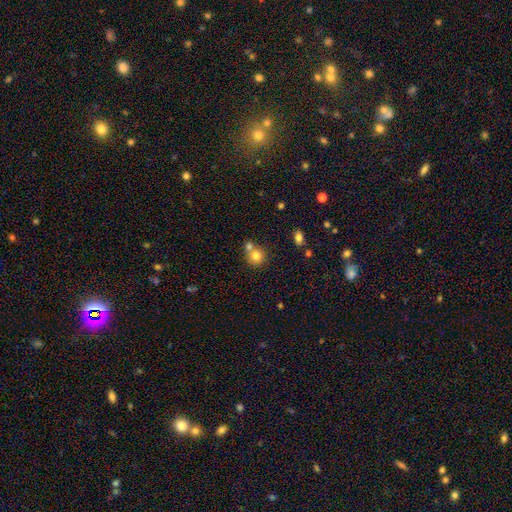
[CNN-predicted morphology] Q: Smooth or featured?
A: smooth (79%); runner-up: star or artifact (11%)
Q: How rounded?
A: round (87%); runner-up: in between (12%)
Q: Merging?
A: none (51%); runner-up: merger (39%)